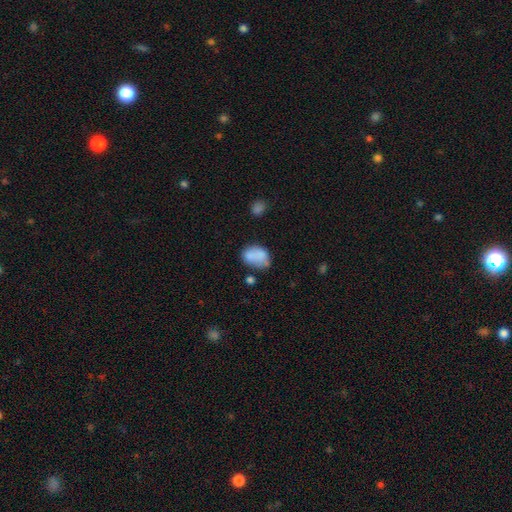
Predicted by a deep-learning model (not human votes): The model was most divided on "merging": none: 47%, minor disturbance: 25%, merger: 18%, major disturbance: 10%. More confident: smooth or featured — smooth (75%); how rounded — in between (73%).